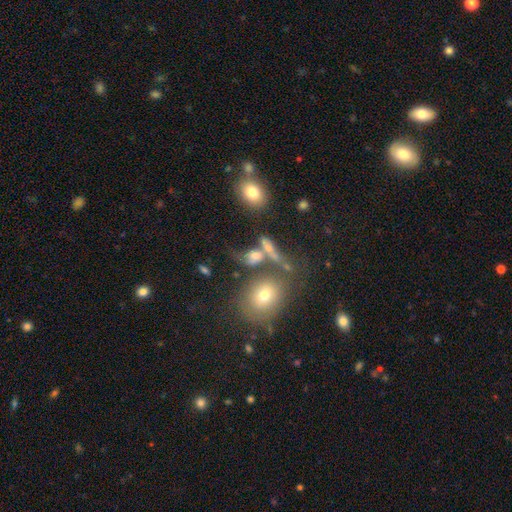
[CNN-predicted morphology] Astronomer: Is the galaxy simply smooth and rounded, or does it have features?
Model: smooth — 48% (runner-up: featured or disk, 34%).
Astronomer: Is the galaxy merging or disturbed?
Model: none — 39% (runner-up: merger, 30%).